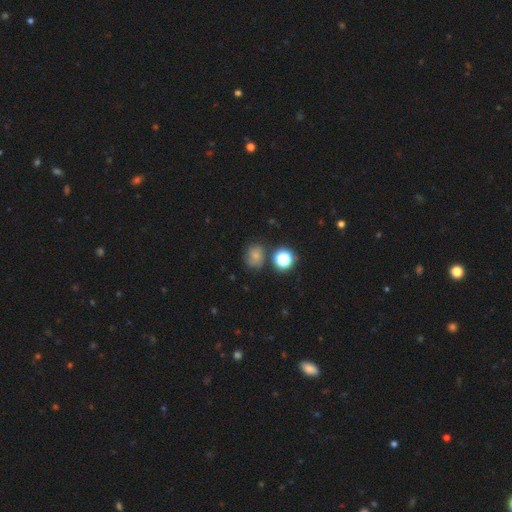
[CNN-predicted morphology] Q: Smooth or featured?
A: smooth (67%); runner-up: star or artifact (21%)
Q: How rounded?
A: round (68%); runner-up: in between (31%)
Q: Merging?
A: none (67%); runner-up: minor disturbance (18%)